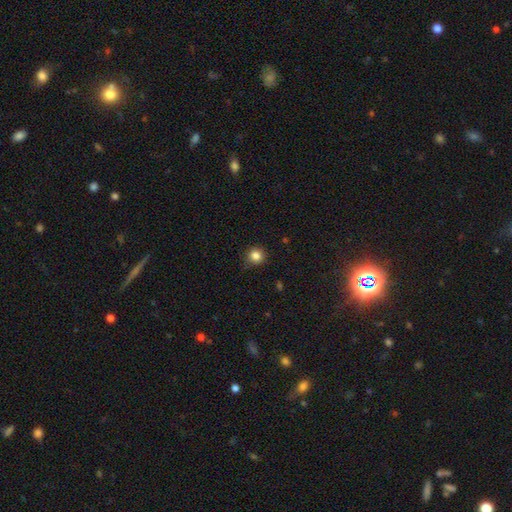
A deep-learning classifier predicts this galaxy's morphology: Q: Smooth or featured?
A: smooth (84%); runner-up: star or artifact (12%)
Q: How rounded?
A: round (92%); runner-up: in between (7%)
Q: Merging?
A: none (85%); runner-up: minor disturbance (11%)